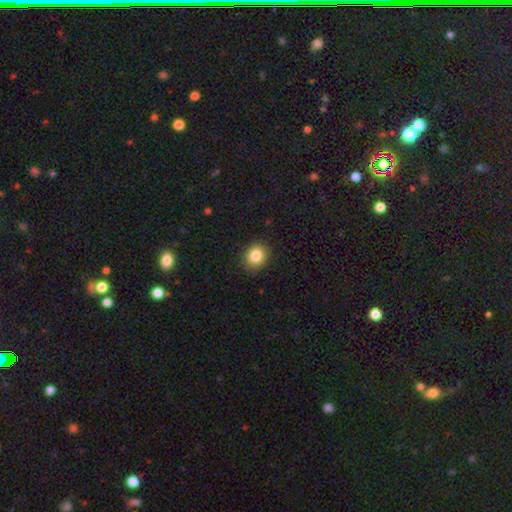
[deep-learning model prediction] Smooth or featured? smooth (84%)
How rounded? round (73%)
Merging? none (88%)